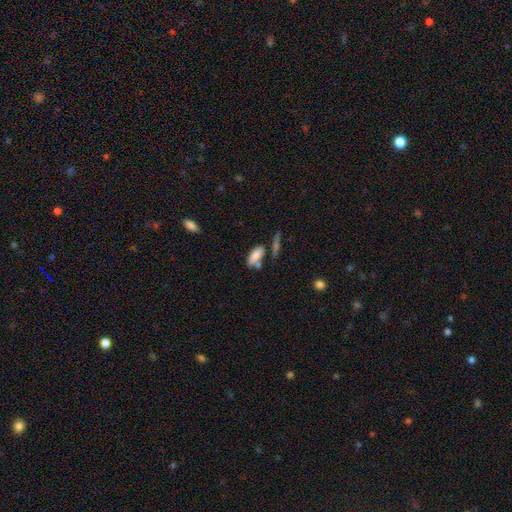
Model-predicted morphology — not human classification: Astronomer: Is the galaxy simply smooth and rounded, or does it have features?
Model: smooth — 80%.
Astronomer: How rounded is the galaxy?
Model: in between — 82%.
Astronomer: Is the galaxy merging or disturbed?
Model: none — 56%.